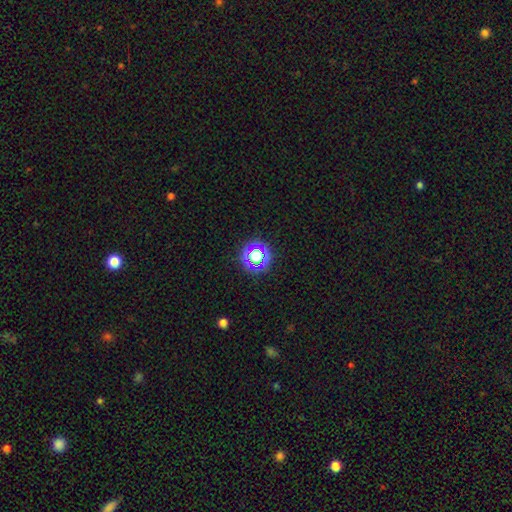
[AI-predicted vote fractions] Smooth or featured? star or artifact (57%)